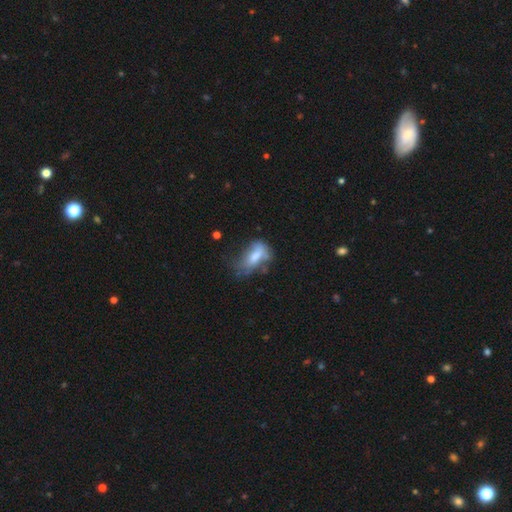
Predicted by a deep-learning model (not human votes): This is likely a smooth galaxy (61%). How rounded: clearly in between (86%). Merging: marginally major disturbance (32%).